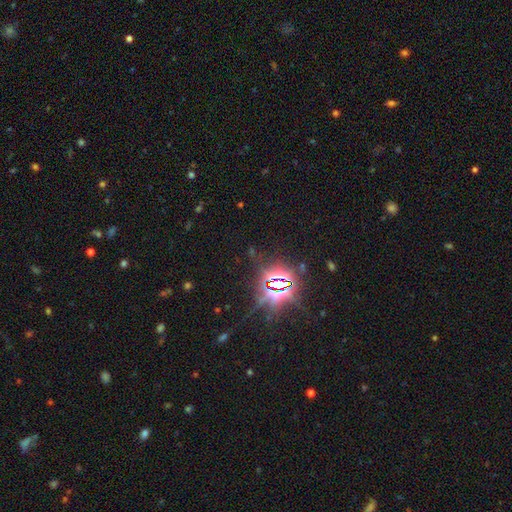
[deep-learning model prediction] Smooth or featured? star or artifact (86%)